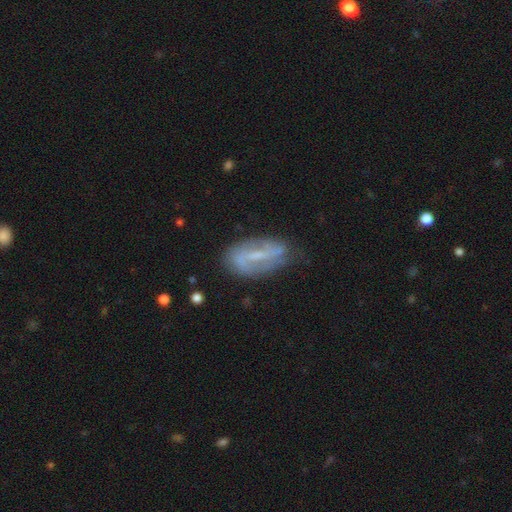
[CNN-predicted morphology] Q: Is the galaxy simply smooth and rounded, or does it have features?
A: featured or disk — 72%.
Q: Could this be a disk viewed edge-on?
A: no — 91%.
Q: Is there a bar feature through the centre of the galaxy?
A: strong — 46%.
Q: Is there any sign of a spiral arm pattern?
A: yes — 77%.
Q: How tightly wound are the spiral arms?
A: loose — 43%.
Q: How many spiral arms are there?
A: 2 — 74%.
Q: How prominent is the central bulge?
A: small — 51%.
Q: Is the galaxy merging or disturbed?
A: none — 66%.